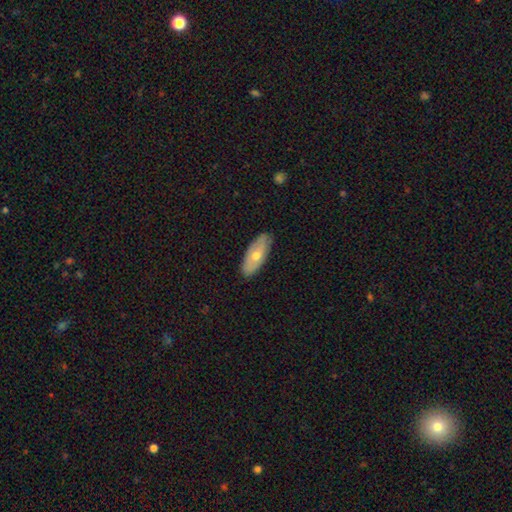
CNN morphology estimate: Q: Smooth or featured?
A: smooth (59%); runner-up: featured or disk (35%)
Q: How rounded?
A: in between (80%); runner-up: cigar-shaped (17%)
Q: Merging?
A: none (85%); runner-up: minor disturbance (12%)